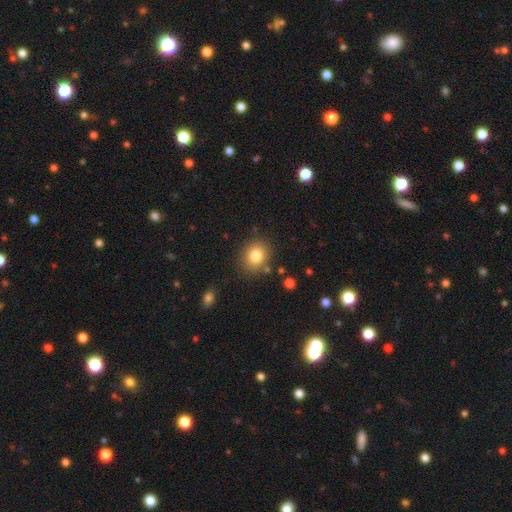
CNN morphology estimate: Smooth or featured: smooth — 82% (star or artifact — 10%)
How rounded: round — 59% (in between — 40%)
Merging: none — 84% (minor disturbance — 10%)